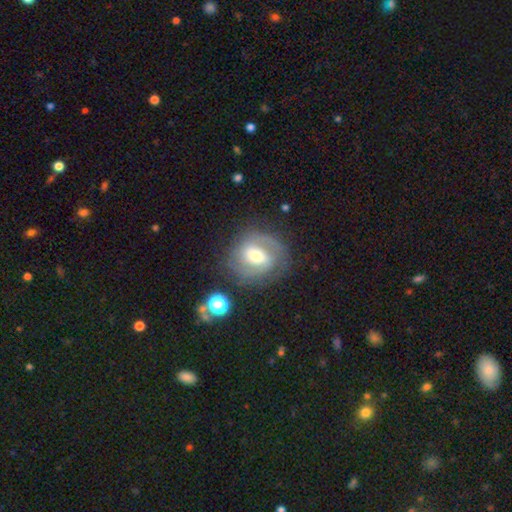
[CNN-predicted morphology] type=featured or disk (69%); edge-on=no (97%); bar=weak (49%); spiral arms=yes (84%); winding=tight (43%); arm count=2 (68%); bulge=moderate (62%); merging=none (72%).